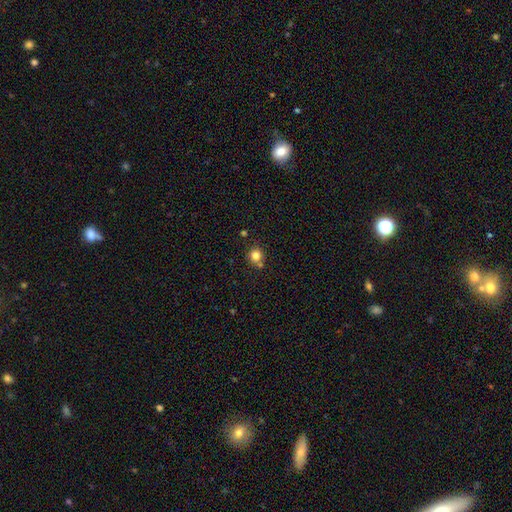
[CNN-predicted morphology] smooth-or-featured: smooth: 82% | star or artifact: 12% | featured or disk: 6%
  how-rounded: round: 90% | in between: 9% | cigar-shaped: 1%
  merging: none: 68% | merger: 18% | minor disturbance: 11% | major disturbance: 3%